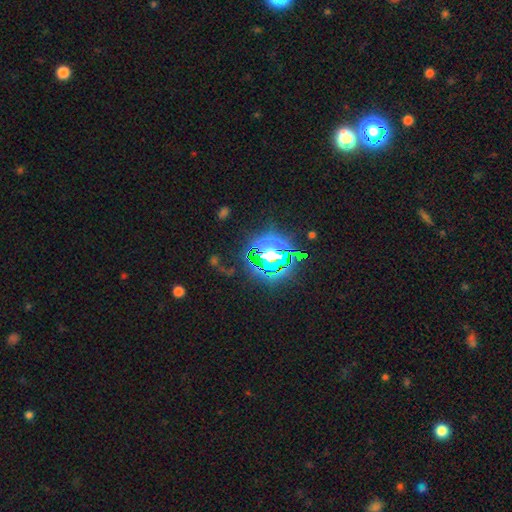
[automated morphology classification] type=star or artifact (76%).